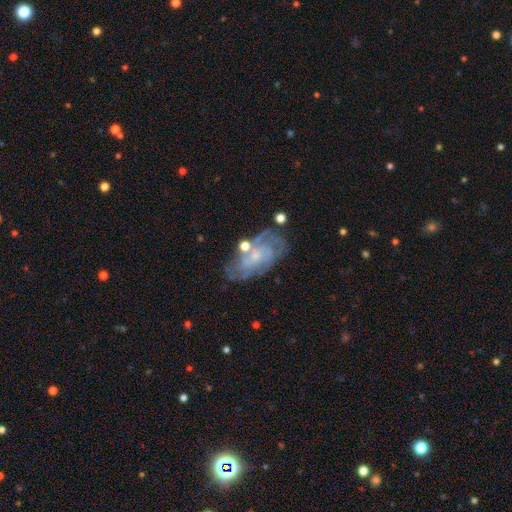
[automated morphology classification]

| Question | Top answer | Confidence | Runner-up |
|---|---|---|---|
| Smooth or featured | featured or disk | 78% | smooth (15%) |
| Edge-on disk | no | 95% | yes (5%) |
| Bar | no | 67% | weak (28%) |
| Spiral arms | yes | 89% | no (11%) |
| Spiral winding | tight | 58% | medium (33%) |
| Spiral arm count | can't tell | 41% | 2 (18%) |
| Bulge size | small | 61% | moderate (23%) |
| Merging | none | 66% | minor disturbance (19%) |